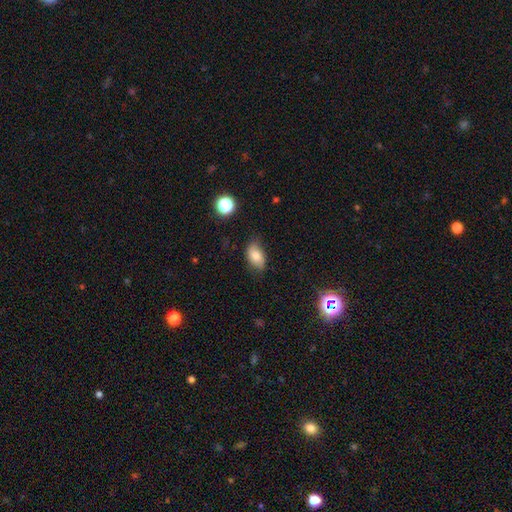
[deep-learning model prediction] Overall: smooth (77%). How rounded: in between (90%). Merging: none (72%).